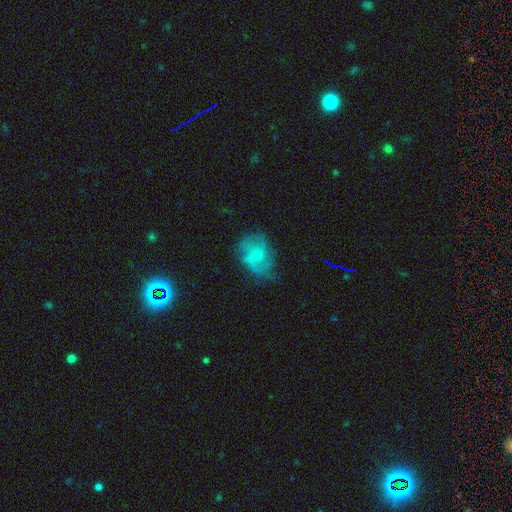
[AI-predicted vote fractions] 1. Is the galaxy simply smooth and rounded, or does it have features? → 64% featured or disk, 28% smooth, 9% star or artifact.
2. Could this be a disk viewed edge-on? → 98% no, 2% yes.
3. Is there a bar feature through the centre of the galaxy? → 50% weak, 41% no, 9% strong.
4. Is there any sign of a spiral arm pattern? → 84% yes, 16% no.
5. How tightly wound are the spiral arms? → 45% medium, 39% loose, 16% tight.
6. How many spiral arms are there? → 53% 2, 20% can't tell, 14% 3, 7% 1, 4% 4, 3% more than 4.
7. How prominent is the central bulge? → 53% small, 23% none, 21% moderate, 2% large, 1% dominant.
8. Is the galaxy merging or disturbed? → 53% none, 26% minor disturbance, 19% major disturbance, 2% merger.